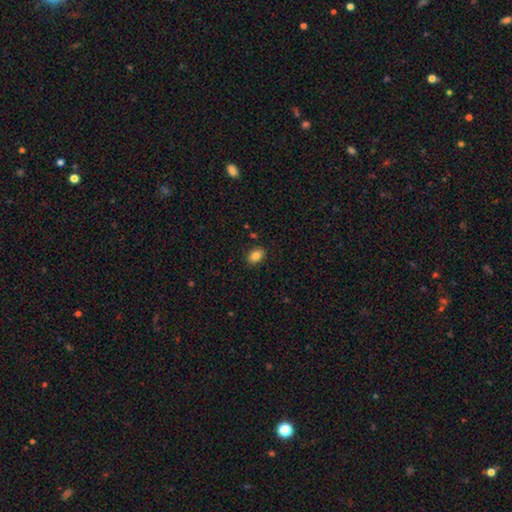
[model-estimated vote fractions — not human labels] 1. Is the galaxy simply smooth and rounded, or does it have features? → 86% smooth, 9% star or artifact, 5% featured or disk.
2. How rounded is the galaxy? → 76% in between, 23% round, 1% cigar-shaped.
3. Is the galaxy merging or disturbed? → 88% none, 8% minor disturbance, 2% major disturbance, 1% merger.